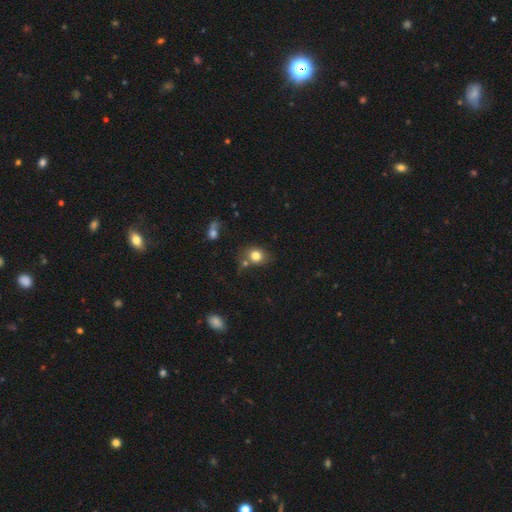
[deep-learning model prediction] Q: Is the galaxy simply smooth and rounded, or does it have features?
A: smooth — 80%.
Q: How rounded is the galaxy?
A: round — 64%.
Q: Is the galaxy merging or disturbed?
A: none — 61%.